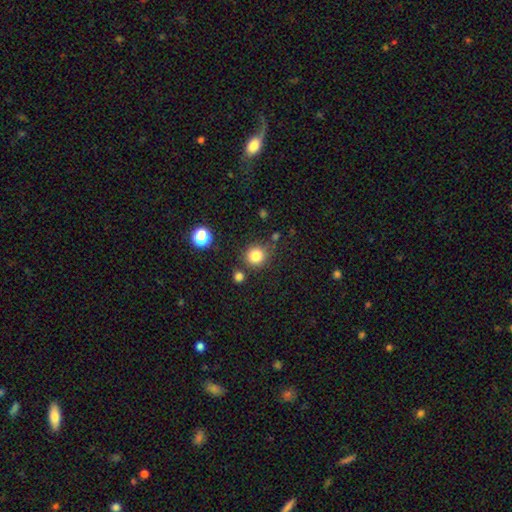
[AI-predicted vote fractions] smooth-or-featured: smooth: 82% | star or artifact: 12% | featured or disk: 6%
  how-rounded: round: 90% | in between: 9% | cigar-shaped: 1%
  merging: none: 79% | minor disturbance: 10% | merger: 7% | major disturbance: 4%